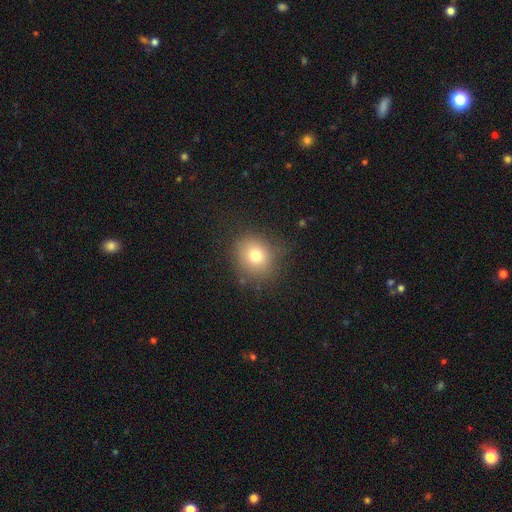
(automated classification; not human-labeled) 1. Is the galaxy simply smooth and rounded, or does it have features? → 76% smooth, 13% star or artifact, 11% featured or disk.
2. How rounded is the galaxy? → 78% round, 21% in between, 1% cigar-shaped.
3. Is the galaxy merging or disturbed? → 80% none, 13% minor disturbance, 5% major disturbance, 1% merger.